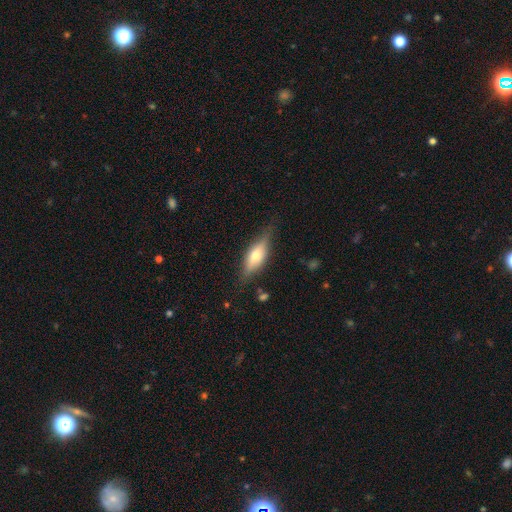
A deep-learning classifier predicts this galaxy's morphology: Smooth or featured? Predicted: featured or disk (p=0.49). Merging? Predicted: none (p=0.79).